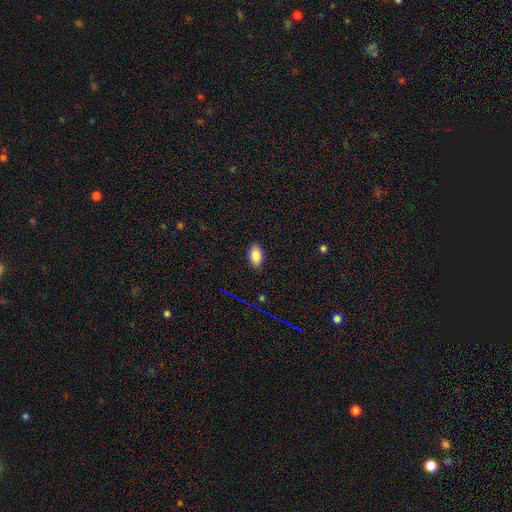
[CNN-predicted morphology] smooth_or_featured: smooth (p=0.85) [alt: star or artifact p=0.09]
how_rounded: in between (p=0.91) [alt: round p=0.07]
merging: none (p=0.87) [alt: minor disturbance p=0.10]